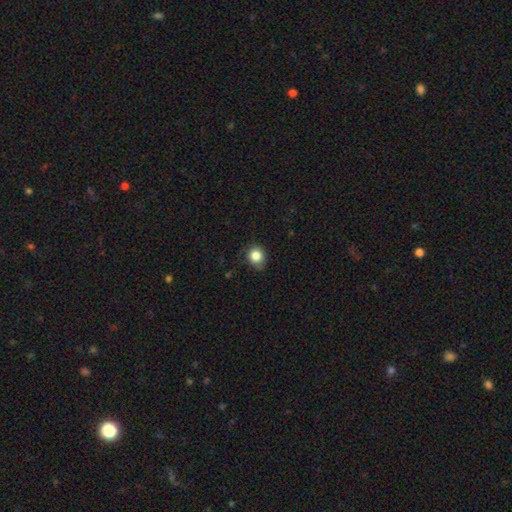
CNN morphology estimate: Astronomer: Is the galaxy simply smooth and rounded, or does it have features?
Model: smooth — 83%.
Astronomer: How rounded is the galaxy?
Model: round — 76%.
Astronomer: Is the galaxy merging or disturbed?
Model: none — 71%.